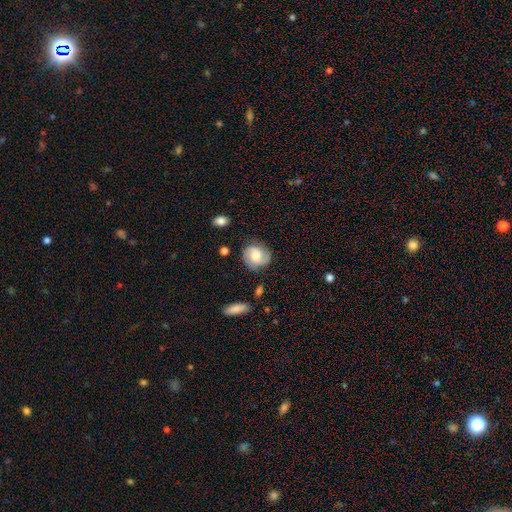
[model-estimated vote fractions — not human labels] This is possibly a featured or disk galaxy (51%). It is clearly not viewed edge-on (97%). Merging: likely none (76%).